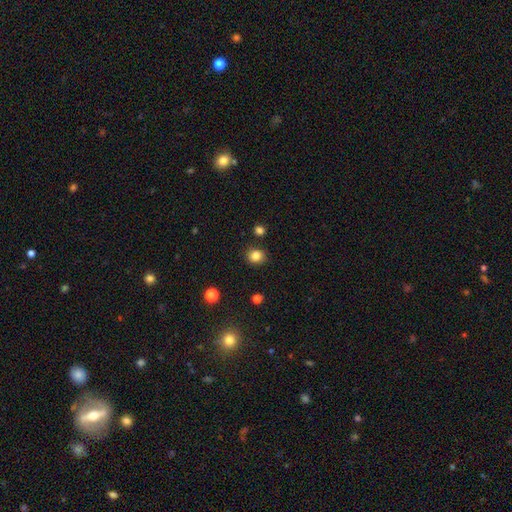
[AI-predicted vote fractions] A smooth galaxy with no disk features (83%) that is round (76%). Merging: none (86%).